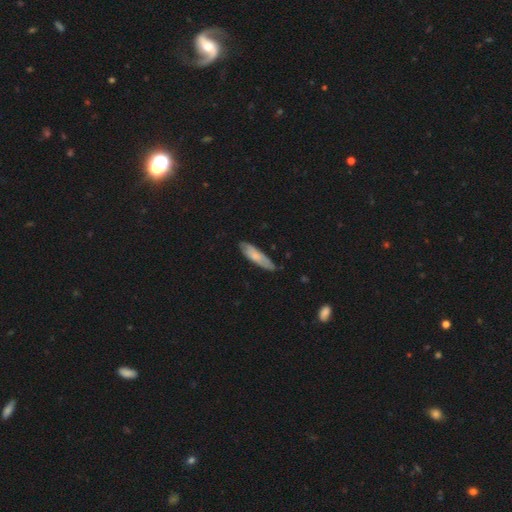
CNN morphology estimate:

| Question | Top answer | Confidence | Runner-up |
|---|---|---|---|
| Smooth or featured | smooth | 69% | featured or disk (26%) |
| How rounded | cigar-shaped | 65% | in between (34%) |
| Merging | none | 79% | minor disturbance (18%) |